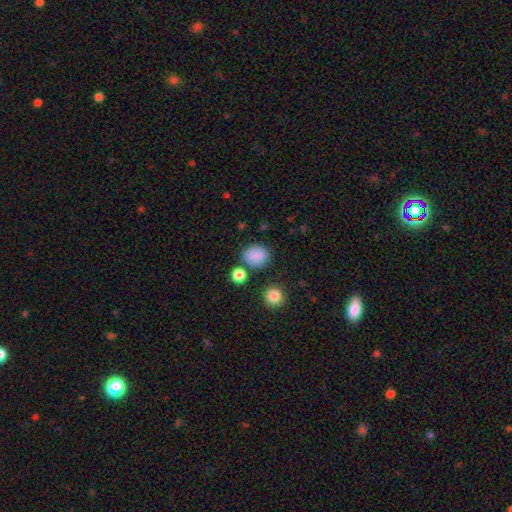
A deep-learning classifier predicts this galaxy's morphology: The model was most divided on "how rounded": round: 64%, in between: 35%, cigar-shaped: 1%. More confident: smooth or featured — smooth (84%); merging — none (78%).